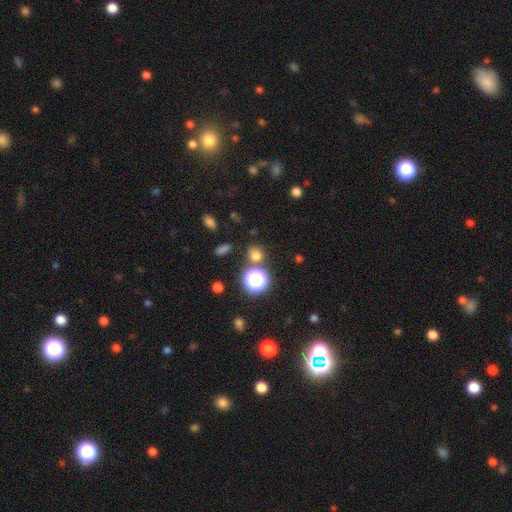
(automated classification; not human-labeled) This is likely a smooth galaxy (70%). How rounded: likely round (79%). Merging: likely none (77%).